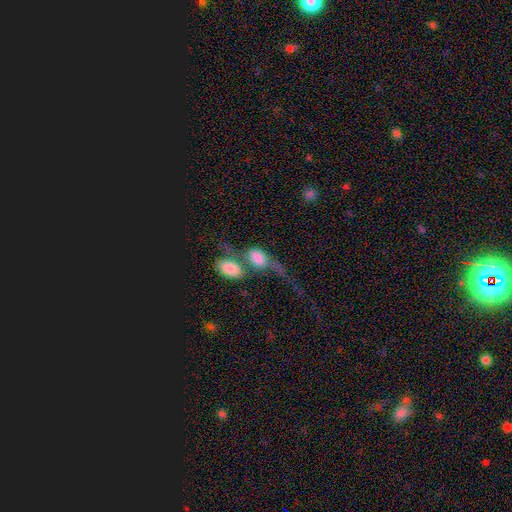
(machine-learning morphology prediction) Overall: smooth (62%; featured or disk 30%). How rounded: in between (87%). Merging: merger (57%; major disturbance 19%).